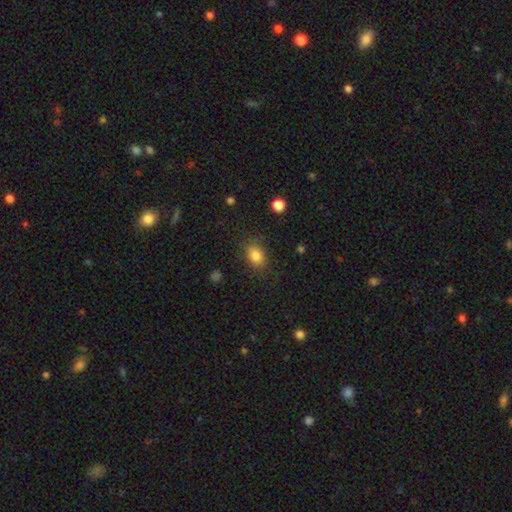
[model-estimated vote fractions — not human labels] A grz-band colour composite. It shows a smooth galaxy with no disk features (81%) that is in between round and cigar-shaped (64%). Merging: none (78%).